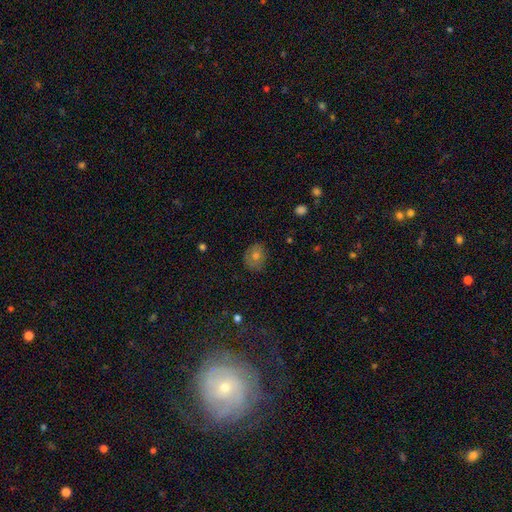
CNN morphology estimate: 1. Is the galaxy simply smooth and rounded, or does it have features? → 57% smooth, 24% featured or disk, 18% star or artifact.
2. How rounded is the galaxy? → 65% round, 34% in between, 1% cigar-shaped.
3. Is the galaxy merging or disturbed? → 78% none, 16% minor disturbance, 4% major disturbance, 1% merger.